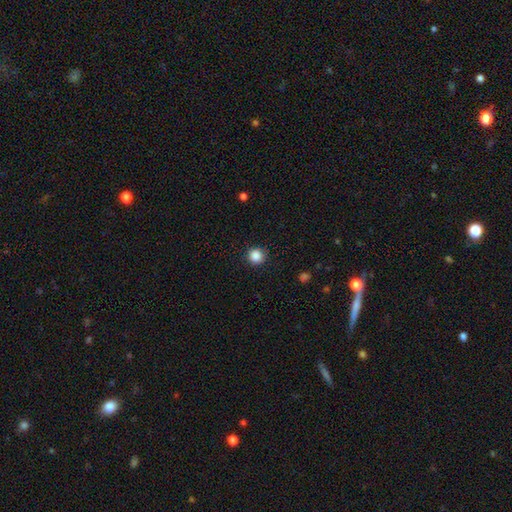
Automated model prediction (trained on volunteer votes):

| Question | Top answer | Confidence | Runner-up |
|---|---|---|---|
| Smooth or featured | smooth | 86% | star or artifact (11%) |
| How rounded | round | 94% | in between (5%) |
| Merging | none | 90% | minor disturbance (7%) |